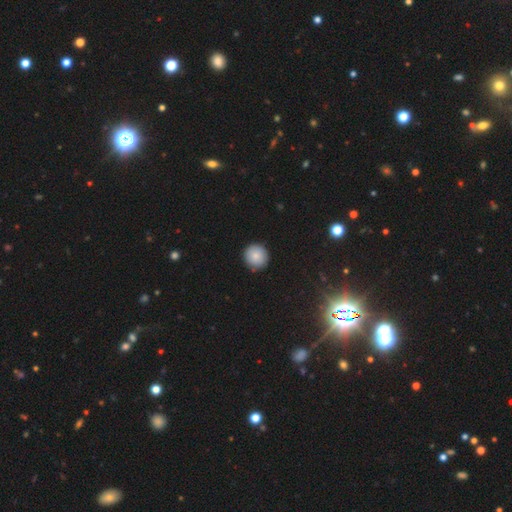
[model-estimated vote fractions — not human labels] Q: Smooth or featured?
A: smooth (85%); runner-up: star or artifact (8%)
Q: How rounded?
A: round (95%); runner-up: in between (4%)
Q: Merging?
A: none (90%); runner-up: minor disturbance (7%)